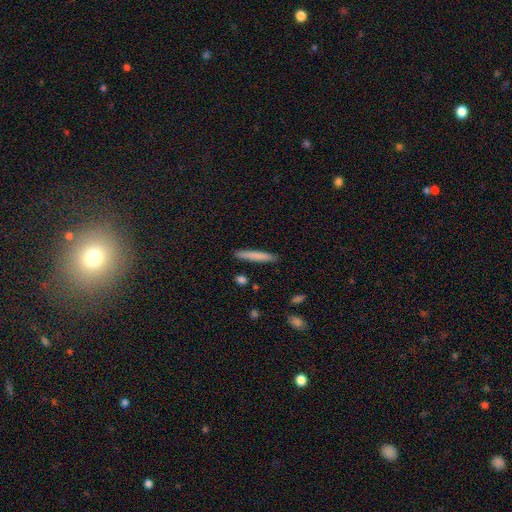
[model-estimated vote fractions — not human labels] Q: Smooth or featured?
A: smooth (78%); runner-up: featured or disk (15%)
Q: How rounded?
A: cigar-shaped (94%); runner-up: in between (4%)
Q: Merging?
A: none (88%); runner-up: minor disturbance (8%)